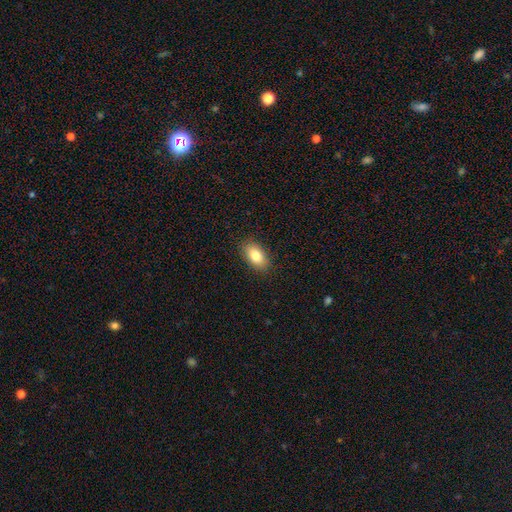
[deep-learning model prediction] Q: Smooth or featured?
A: smooth (82%); runner-up: featured or disk (10%)
Q: How rounded?
A: in between (91%); runner-up: round (6%)
Q: Merging?
A: none (89%); runner-up: minor disturbance (8%)